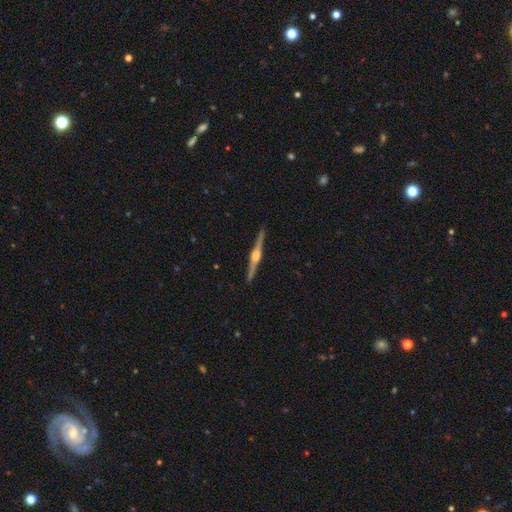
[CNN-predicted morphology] A featured or disk galaxy (86%) viewed edge-on (99%) with a rounded central bulge (89%). Merging: none (92%).